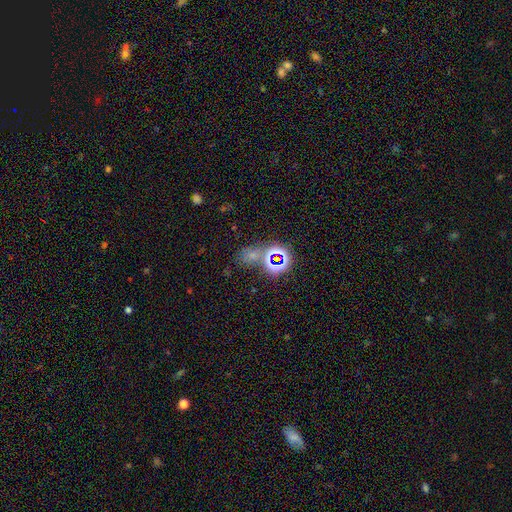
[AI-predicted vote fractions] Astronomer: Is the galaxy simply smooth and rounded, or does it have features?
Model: star or artifact — 68%.